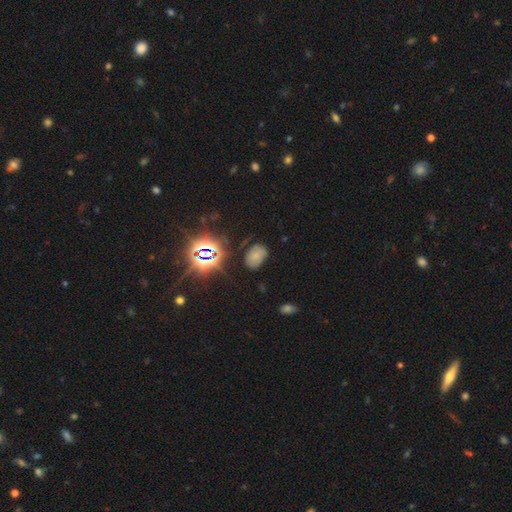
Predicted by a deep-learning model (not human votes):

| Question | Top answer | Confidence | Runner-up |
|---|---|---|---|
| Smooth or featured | smooth | 56% | star or artifact (29%) |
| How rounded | in between | 84% | round (15%) |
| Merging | none | 65% | minor disturbance (24%) |